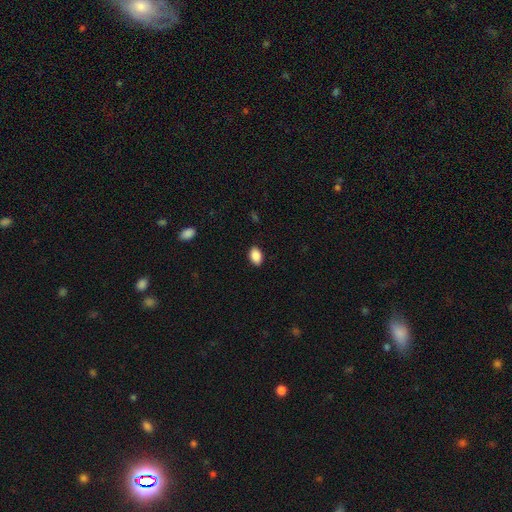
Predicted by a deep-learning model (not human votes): Morphology: type=smooth (89%); roundness=in between (88%); merging=none (88%).